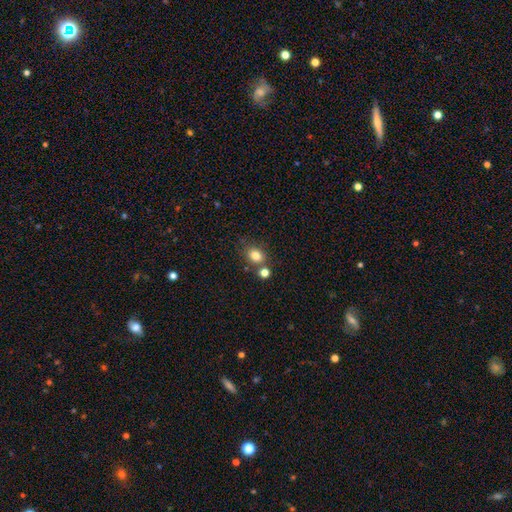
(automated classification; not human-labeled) Q: Smooth or featured?
A: smooth (80%); runner-up: star or artifact (12%)
Q: How rounded?
A: round (51%); runner-up: in between (48%)
Q: Merging?
A: none (66%); runner-up: merger (18%)